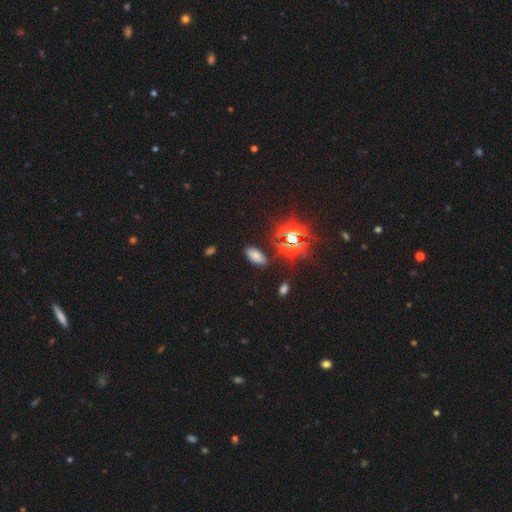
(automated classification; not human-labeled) This is likely a smooth galaxy (65%). How rounded: clearly in between (87%). Merging: clearly none (84%).